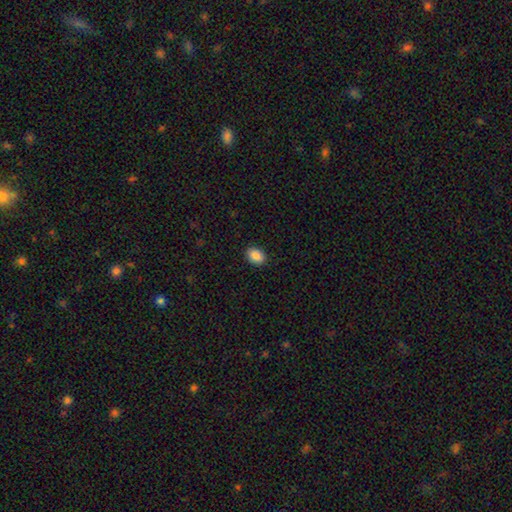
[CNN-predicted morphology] smooth 88%, star or artifact 8%, featured or disk 4%. Down the decision tree: how rounded — in between (76%); merging — none (90%).